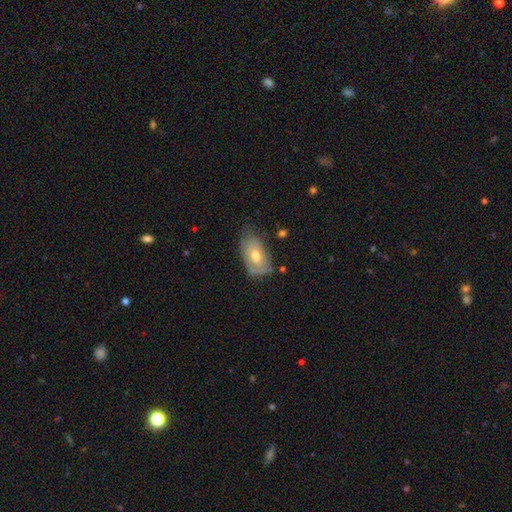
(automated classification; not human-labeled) Smooth or featured: smooth — 56% (featured or disk — 37%)
How rounded: in between — 91% (round — 6%)
Merging: none — 53% (minor disturbance — 34%)